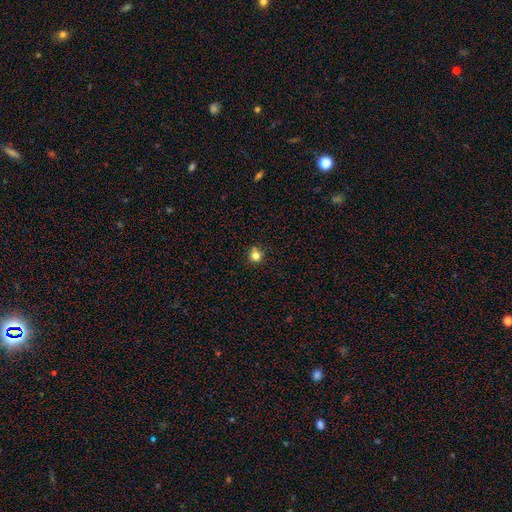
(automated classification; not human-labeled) Smooth or featured? smooth (78%)
How rounded? round (92%)
Merging? none (82%)